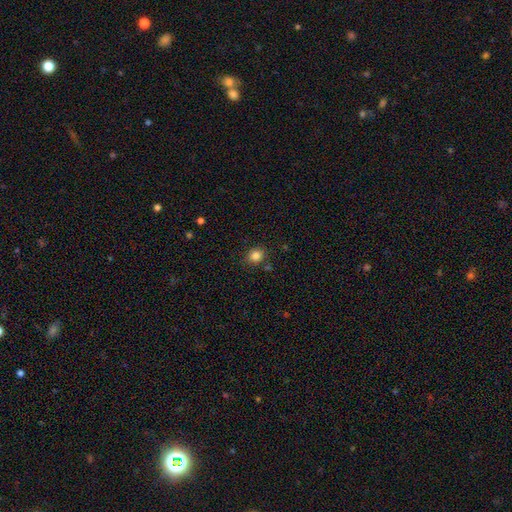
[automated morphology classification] Smooth or featured? smooth (83%)
How rounded? round (73%)
Merging? none (83%)